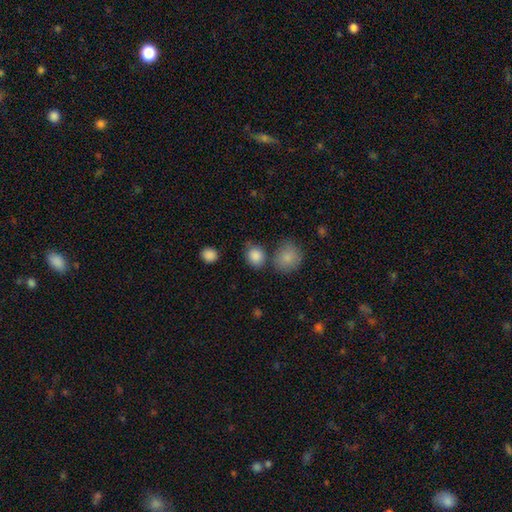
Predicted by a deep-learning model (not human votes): Smooth or featured: smooth — 86% (star or artifact — 9%)
How rounded: round — 64% (in between — 35%)
Merging: none — 68% (minor disturbance — 14%)